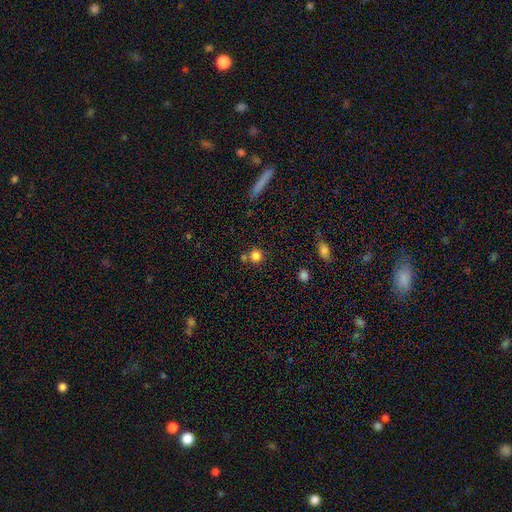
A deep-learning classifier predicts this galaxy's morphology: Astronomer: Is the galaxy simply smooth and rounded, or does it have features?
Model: smooth — 81%.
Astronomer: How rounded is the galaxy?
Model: round — 92%.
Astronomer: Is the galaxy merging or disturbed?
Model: none — 67%.